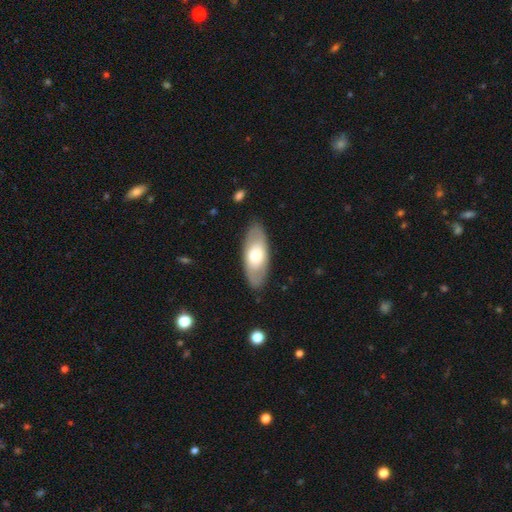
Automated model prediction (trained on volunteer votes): A smooth galaxy with no disk features (56%) that is in between round and cigar-shaped (85%).

Vote fractions:
- Smooth or featured? smooth: 56% / featured or disk: 39% / star or artifact: 5%
- How rounded? in between: 85% / cigar-shaped: 12% / round: 3%
- Merging? none: 86% / minor disturbance: 10% / major disturbance: 3% / merger: 1%